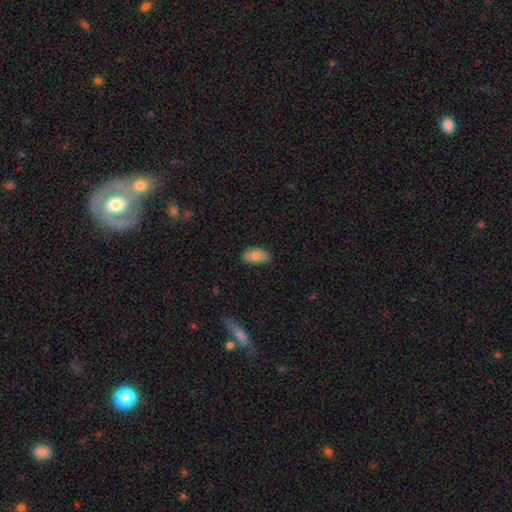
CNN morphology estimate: Smooth or featured? smooth (81%)
How rounded? in between (93%)
Merging? none (81%)